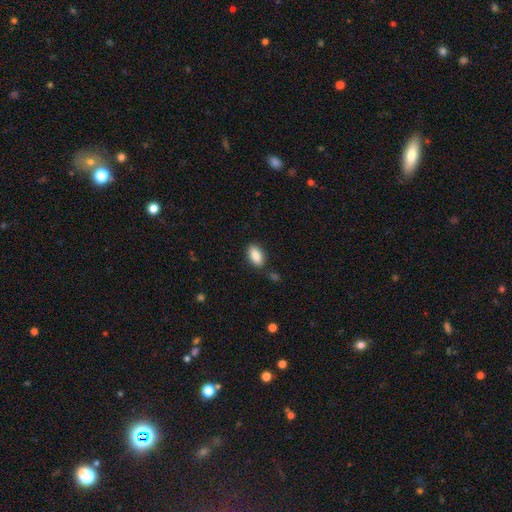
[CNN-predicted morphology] type=smooth (88%); roundness=in between (92%); merging=none (82%).